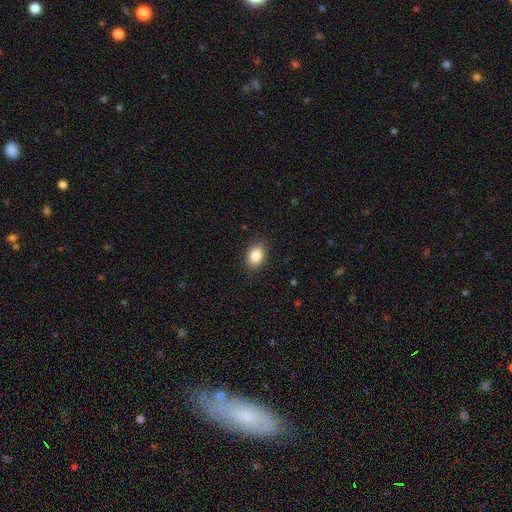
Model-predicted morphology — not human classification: Smooth or featured?
  - smooth: 86% *
  - star or artifact: 8%
  - featured or disk: 6%
How rounded?
  - in between: 81% *
  - round: 18%
  - cigar-shaped: 1%
Merging?
  - none: 87% *
  - minor disturbance: 10%
  - major disturbance: 3%
  - merger: 1%